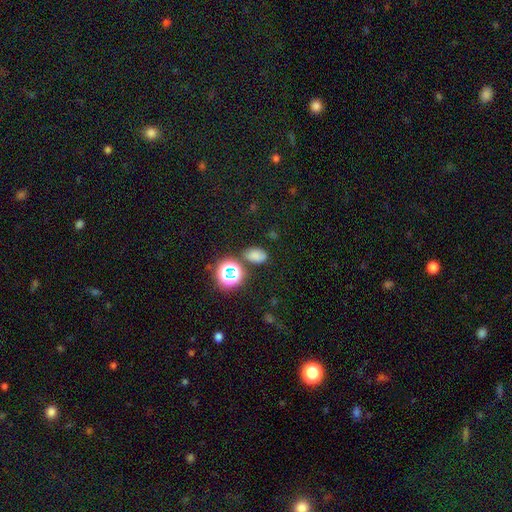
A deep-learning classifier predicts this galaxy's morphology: smooth-or-featured: smooth: 72% | star or artifact: 23% | featured or disk: 6%
  how-rounded: in between: 79% | round: 19% | cigar-shaped: 1%
  merging: none: 77% | minor disturbance: 12% | merger: 7% | major disturbance: 4%